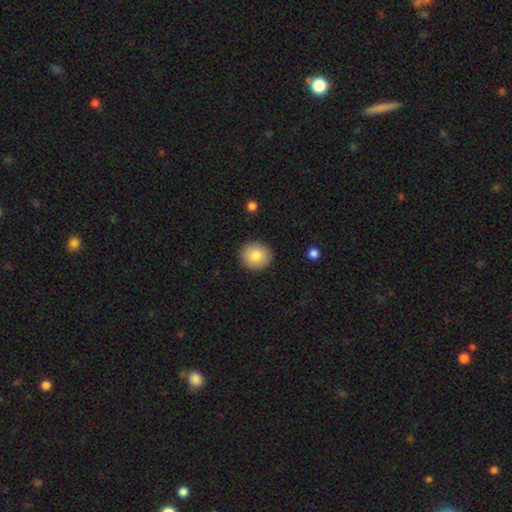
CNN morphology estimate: Overall: smooth (83%). How rounded: round (88%). Merging: none (91%).